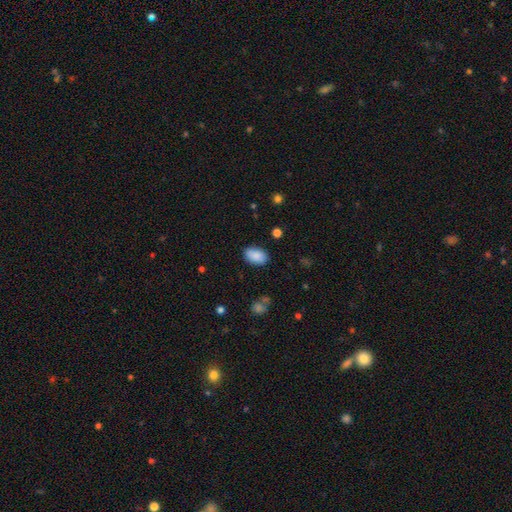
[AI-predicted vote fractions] smooth_or_featured: smooth (p=0.88) [alt: star or artifact p=0.07]
how_rounded: in between (p=0.91) [alt: round p=0.07]
merging: none (p=0.83) [alt: minor disturbance p=0.12]